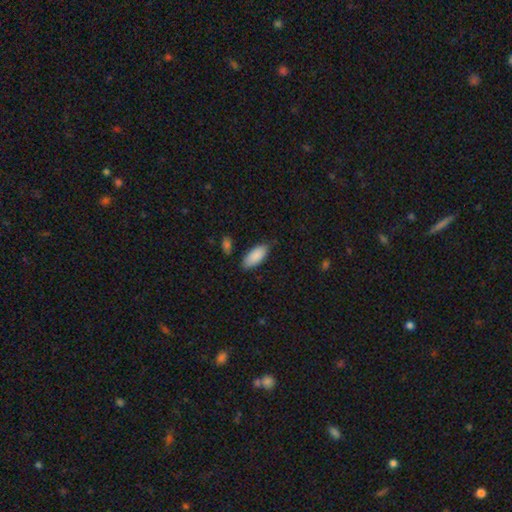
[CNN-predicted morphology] A smooth galaxy with no disk features (89%) that is in between round and cigar-shaped (87%). Merging: none (77%).